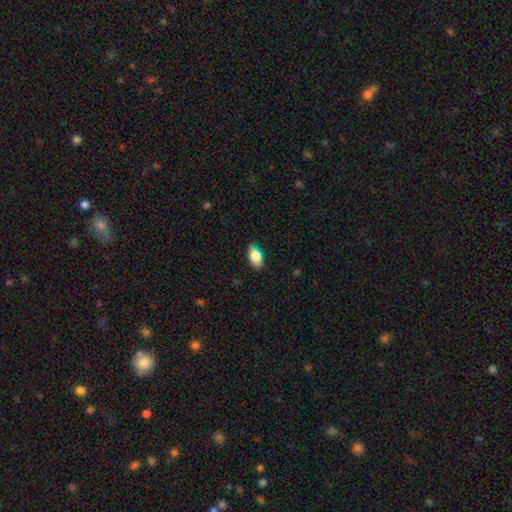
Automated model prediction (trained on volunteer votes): A smooth galaxy with no disk features (80%) that is in between round and cigar-shaped (91%). Merging: none (72%).